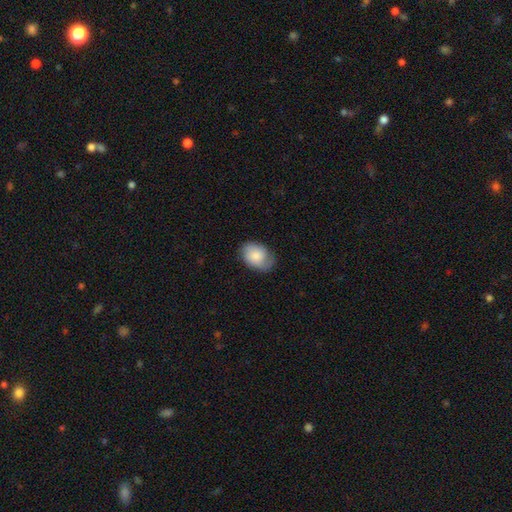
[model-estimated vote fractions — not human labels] Smooth or featured? Predicted: smooth (p=0.70). How rounded? Predicted: in between (p=0.74). Merging? Predicted: none (p=0.67).